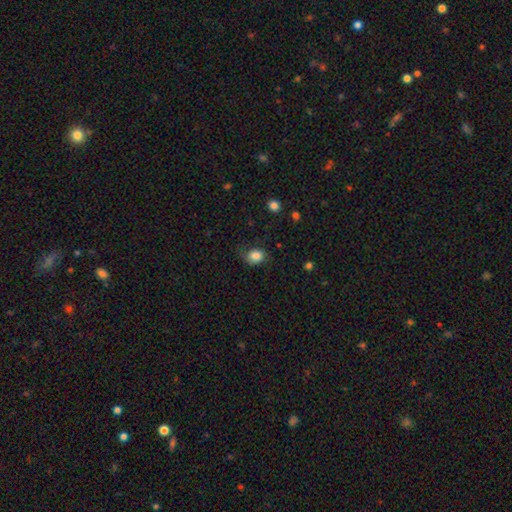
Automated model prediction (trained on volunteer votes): This is likely a smooth galaxy (79%). How rounded: possibly in between (55%). Merging: possibly none (55%).